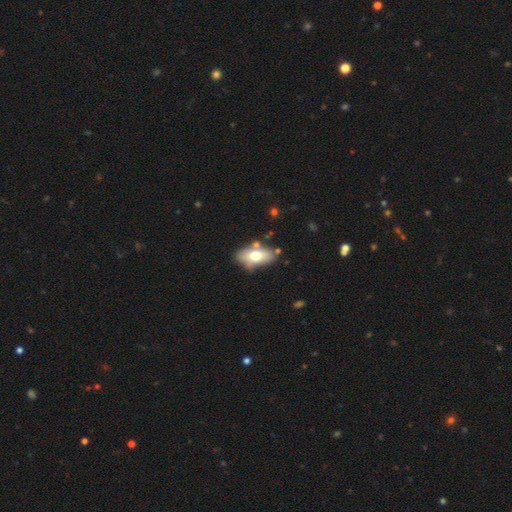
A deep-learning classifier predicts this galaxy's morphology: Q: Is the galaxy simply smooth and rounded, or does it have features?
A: smooth — 67%.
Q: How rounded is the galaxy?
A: in between — 89%.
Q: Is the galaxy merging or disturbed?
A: none — 69%.